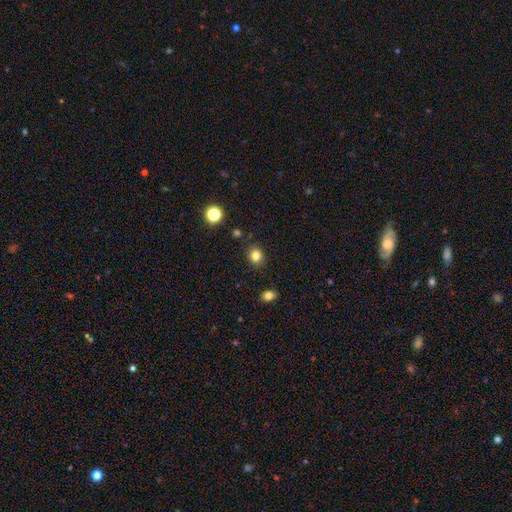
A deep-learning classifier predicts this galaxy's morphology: Q: Smooth or featured?
A: smooth (81%); runner-up: star or artifact (13%)
Q: How rounded?
A: round (68%); runner-up: in between (31%)
Q: Merging?
A: none (87%); runner-up: minor disturbance (8%)